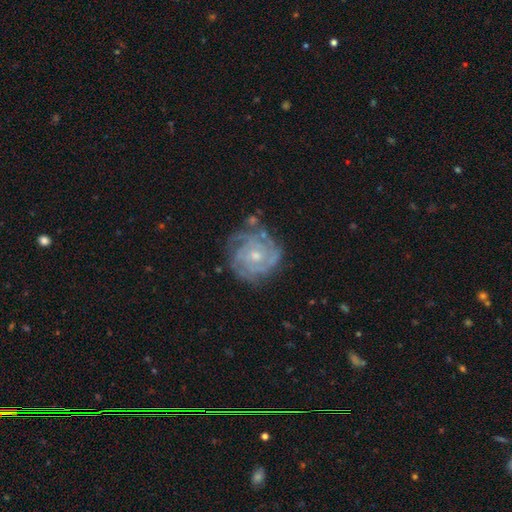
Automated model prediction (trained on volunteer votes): A featured or disk galaxy (85%) with no bar (76%), tight (74%) spiral arms (94%) and a small central bulge (48%, tied with moderate). Merging: none (71%).